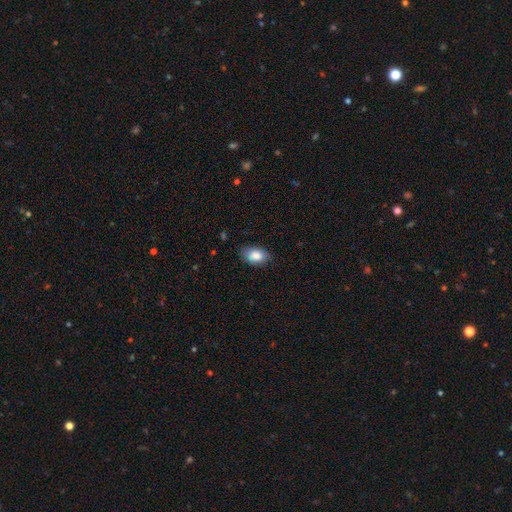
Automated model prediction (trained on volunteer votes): The model was most divided on "merging": none: 80%, minor disturbance: 16%, major disturbance: 3%, merger: 1%. More confident: how rounded — in between (90%); smooth or featured — smooth (85%).